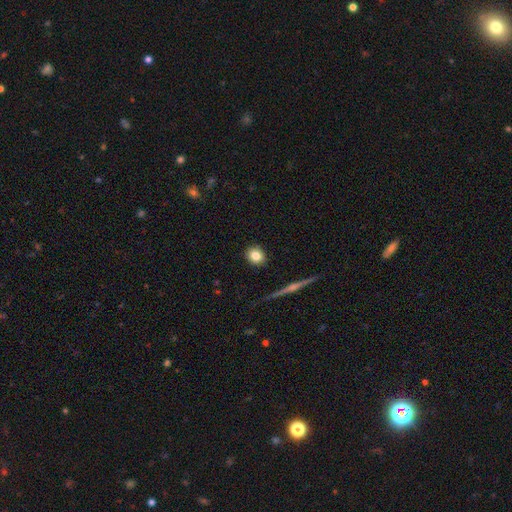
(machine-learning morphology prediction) Smooth or featured?
  - smooth: 80% *
  - featured or disk: 10%
  - star or artifact: 9%
How rounded?
  - round: 79% *
  - in between: 20%
  - cigar-shaped: 2%
Merging?
  - none: 90% *
  - minor disturbance: 7%
  - major disturbance: 2%
  - merger: 1%